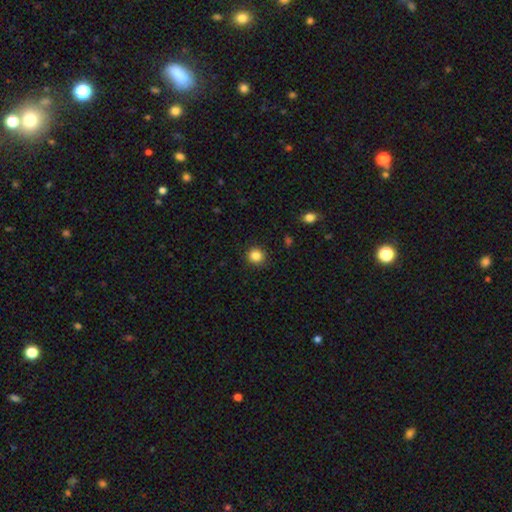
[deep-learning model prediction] Smooth or featured? smooth (85%)
How rounded? round (92%)
Merging? none (91%)